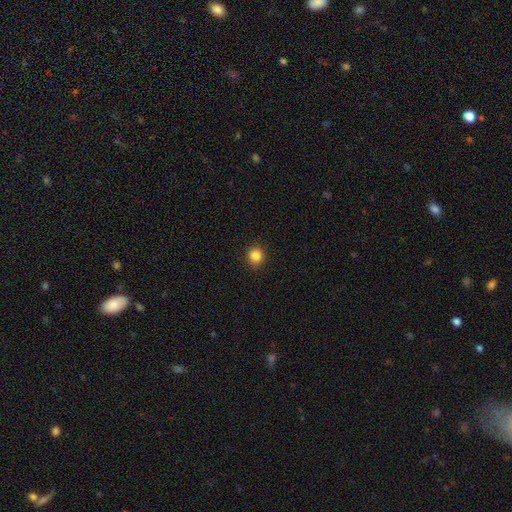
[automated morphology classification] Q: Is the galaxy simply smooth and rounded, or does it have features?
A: smooth — 85%.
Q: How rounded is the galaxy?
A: round — 87%.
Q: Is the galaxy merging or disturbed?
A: none — 89%.